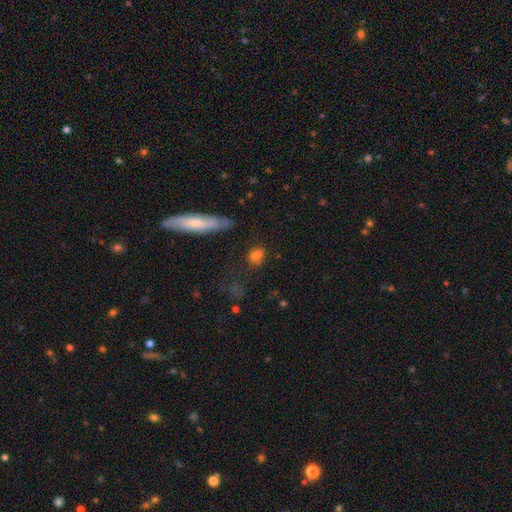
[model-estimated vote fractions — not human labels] This is likely a smooth galaxy (66%). How rounded: possibly round (46%). Merging: possibly none (52%).